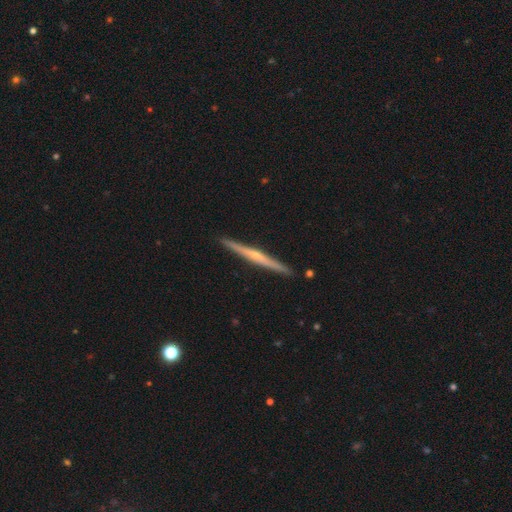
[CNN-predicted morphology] A featured or disk galaxy (74%) viewed edge-on (98%) with a rounded central bulge (65%).

Vote fractions:
- Smooth or featured? featured or disk: 74% / smooth: 21% / star or artifact: 5%
- Edge-on disk? yes: 98% / no: 2%
- Edge-on bulge? rounded: 65% / none: 30% / boxy: 5%
- Merging? none: 92% / minor disturbance: 5% / merger: 1% / major disturbance: 1%